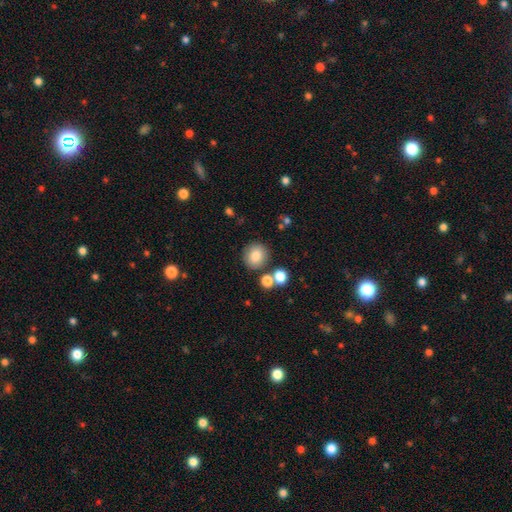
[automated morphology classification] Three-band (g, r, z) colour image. It shows a smooth galaxy with no disk features (82%) that is round (87%). Merging: none (79%).